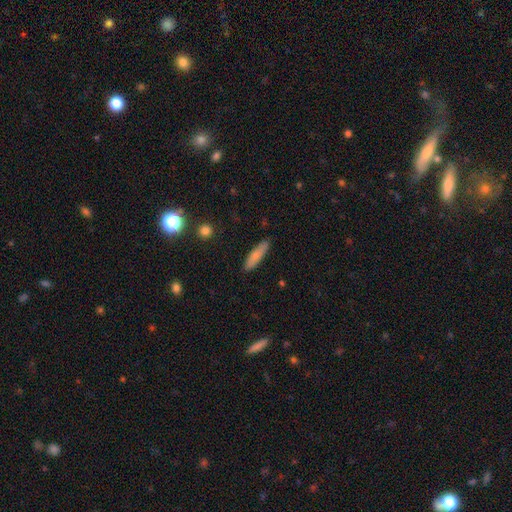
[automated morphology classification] This is likely a smooth galaxy (75%). How rounded: likely cigar-shaped (70%). Merging: clearly none (87%).